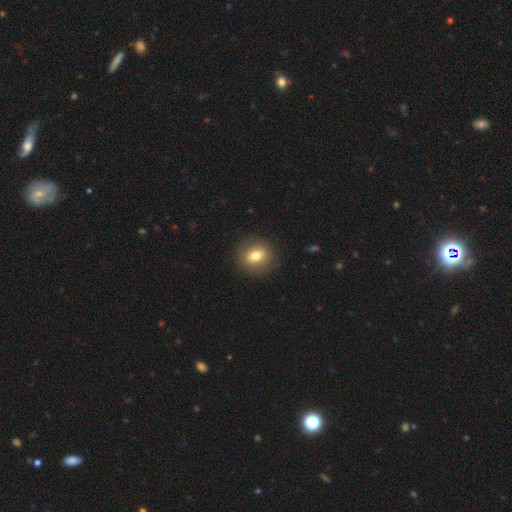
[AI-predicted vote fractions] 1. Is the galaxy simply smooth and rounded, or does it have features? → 74% smooth, 17% featured or disk, 9% star or artifact.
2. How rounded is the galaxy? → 70% round, 28% in between, 1% cigar-shaped.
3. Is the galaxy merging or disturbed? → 88% none, 8% minor disturbance, 3% major disturbance, 1% merger.